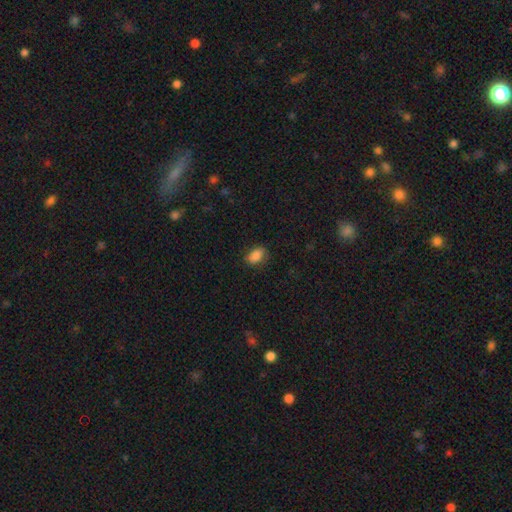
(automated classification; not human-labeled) smooth 86%, star or artifact 9%, featured or disk 5%. Down the decision tree: how rounded — in between (88%); merging — none (80%).